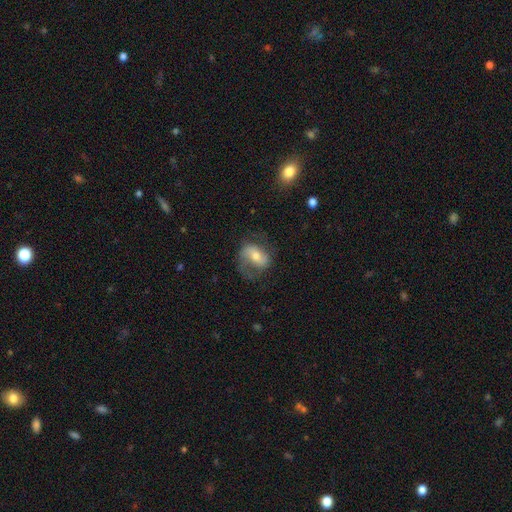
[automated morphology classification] Overall: featured or disk (65%; smooth 27%). Edge-on disk: no (96%). Bar: weak (39%; no 34%). Spiral arms: yes (87%). Spiral arm count: 2 (72%). Spiral winding: medium (44%; loose 38%). Bulge size: moderate (58%; small 33%). Merging: none (57%; minor disturbance 22%).